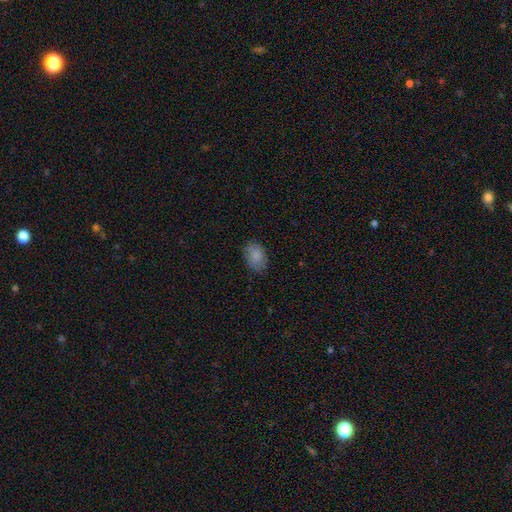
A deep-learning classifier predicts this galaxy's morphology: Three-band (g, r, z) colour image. It shows a smooth galaxy with no disk features (85%) that is in between round and cigar-shaped (81%). Merging: none (78%).